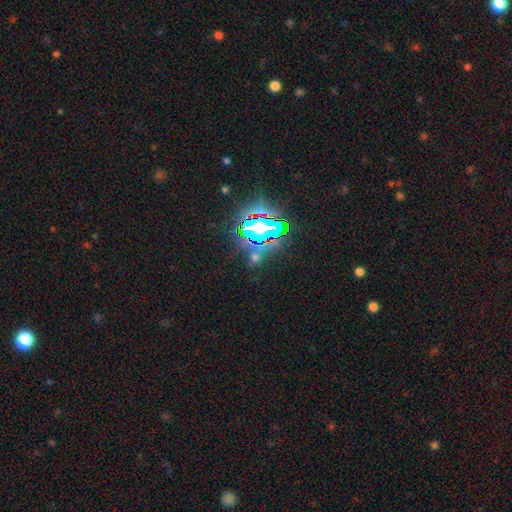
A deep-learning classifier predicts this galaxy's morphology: Overall: star or artifact (59%; smooth 28%).